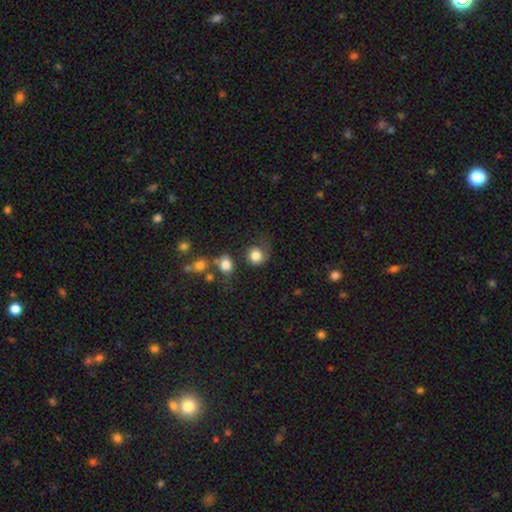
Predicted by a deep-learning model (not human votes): Smooth or featured?
  - smooth: 82% *
  - star or artifact: 9%
  - featured or disk: 9%
How rounded?
  - round: 79% *
  - in between: 20%
  - cigar-shaped: 1%
Merging?
  - none: 50% *
  - minor disturbance: 23%
  - major disturbance: 18%
  - merger: 10%